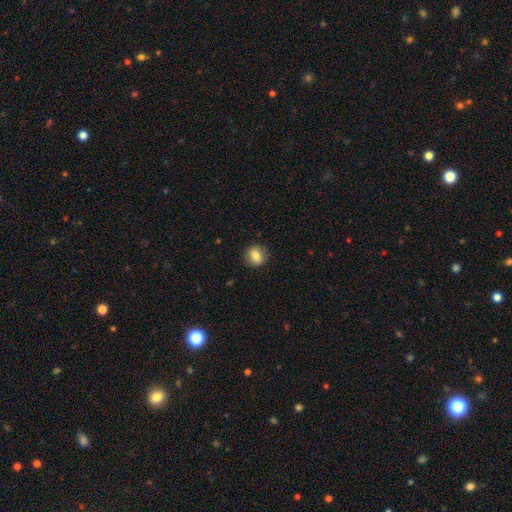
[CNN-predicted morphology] Smooth or featured: smooth — 79% (featured or disk — 12%)
How rounded: round — 70% (in between — 29%)
Merging: none — 87% (minor disturbance — 9%)